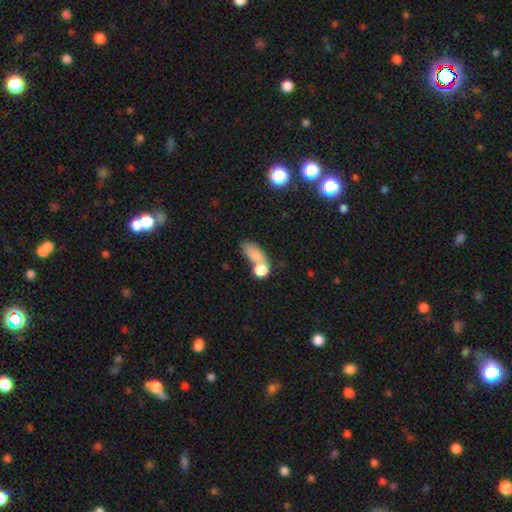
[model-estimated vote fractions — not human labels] smooth 75%, featured or disk 14%, star or artifact 11%. Down the decision tree: how rounded — in between (74%); merging — merger (38%).